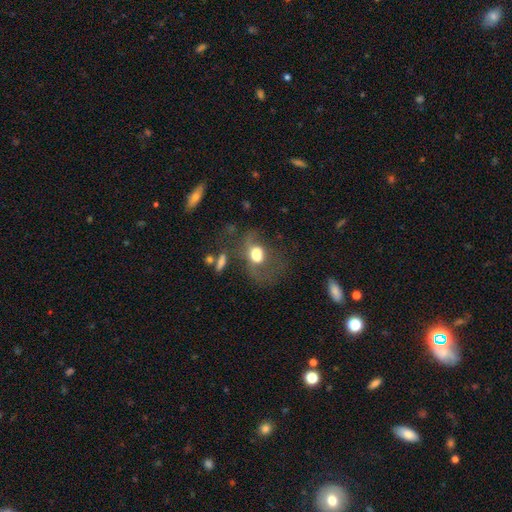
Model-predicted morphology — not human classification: smooth_or_featured: smooth (p=0.56) [alt: featured or disk p=0.32]
how_rounded: in between (p=0.66) [alt: round p=0.32]
merging: major disturbance (p=0.41) [alt: none p=0.30]